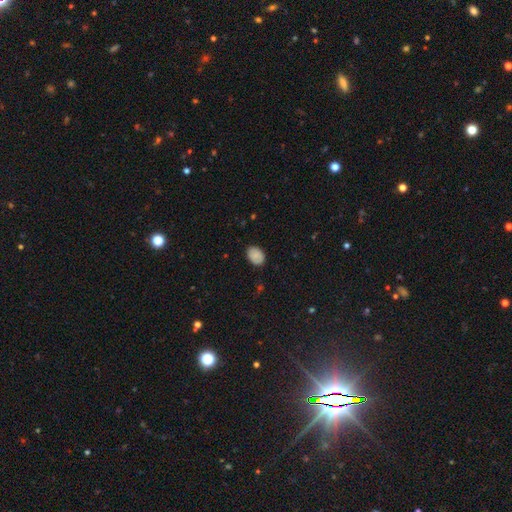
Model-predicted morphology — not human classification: The model was most divided on "how rounded": in between: 75%, round: 24%, cigar-shaped: 1%. More confident: smooth or featured — smooth (85%); merging — none (83%).